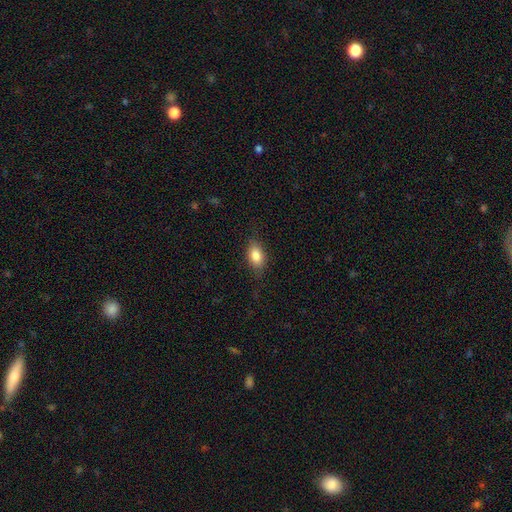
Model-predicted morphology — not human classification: Smooth or featured?
  - smooth: 83% *
  - featured or disk: 9%
  - star or artifact: 8%
How rounded?
  - in between: 87% *
  - round: 9%
  - cigar-shaped: 3%
Merging?
  - none: 81% *
  - minor disturbance: 15%
  - major disturbance: 4%
  - merger: 1%